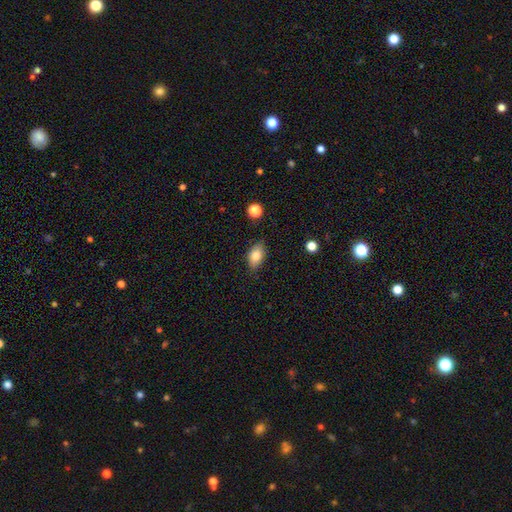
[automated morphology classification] Q: Smooth or featured?
A: smooth (83%); runner-up: featured or disk (9%)
Q: How rounded?
A: in between (87%); runner-up: round (10%)
Q: Merging?
A: none (79%); runner-up: minor disturbance (16%)